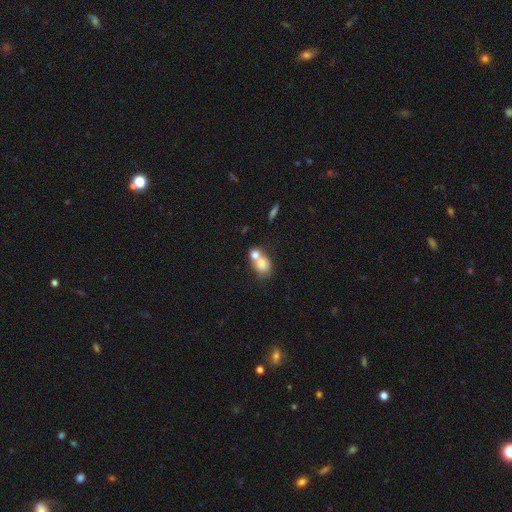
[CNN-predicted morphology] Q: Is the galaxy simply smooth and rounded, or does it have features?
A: smooth — 76%.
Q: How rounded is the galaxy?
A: round — 52%.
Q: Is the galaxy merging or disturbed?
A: merger — 62%.